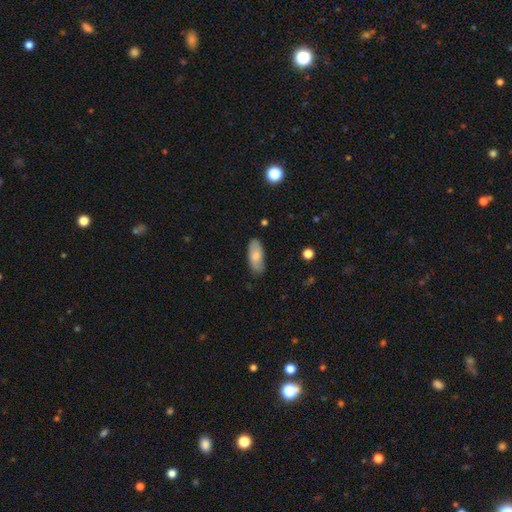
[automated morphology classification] The model was most divided on "smooth or featured": smooth: 77%, featured or disk: 17%, star or artifact: 6%. More confident: how rounded — in between (85%); merging — none (80%).